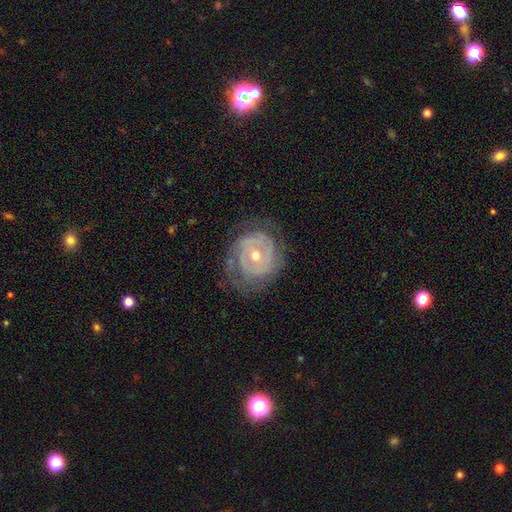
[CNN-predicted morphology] Overall: featured or disk (80%). Edge-on disk: no (97%). Bar: no (71%). Spiral arms: yes (78%). Spiral arm count: can't tell (36%, tied with 2). Spiral winding: tight (71%). Bulge size: moderate (60%; small 37%). Merging: none (68%).